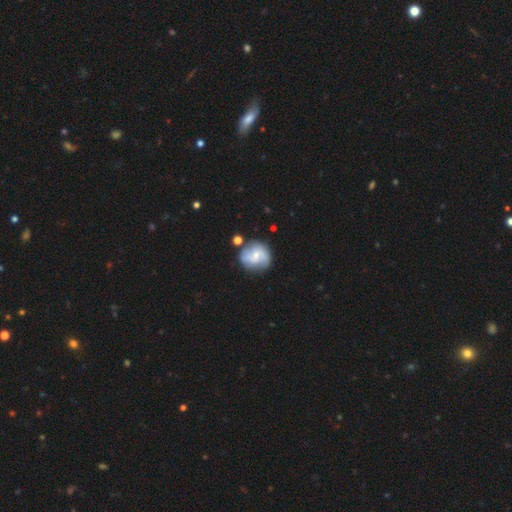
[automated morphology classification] A featured or disk galaxy (59%) with no bar (55%), spiral arms (79%) and a small central bulge (59%). Merging: none (63%).